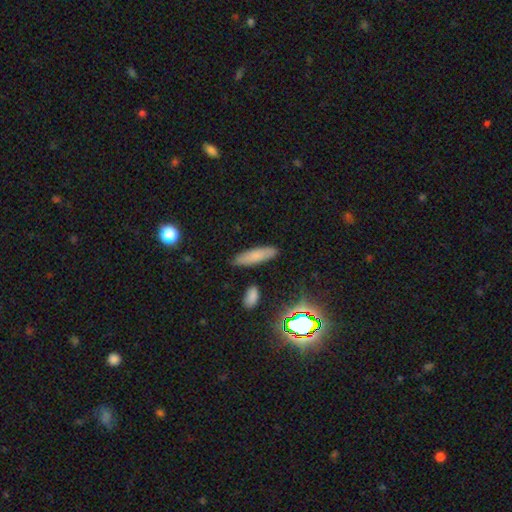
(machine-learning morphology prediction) Smooth or featured: smooth — 75% (featured or disk — 13%)
How rounded: cigar-shaped — 64% (in between — 33%)
Merging: none — 86% (minor disturbance — 9%)